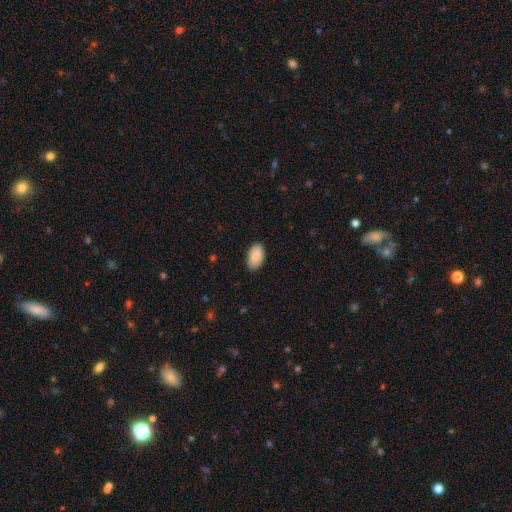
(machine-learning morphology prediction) type=smooth (88%); roundness=in between (95%); merging=none (86%).